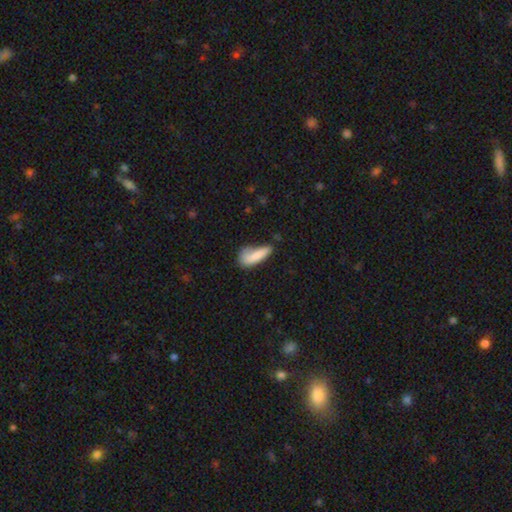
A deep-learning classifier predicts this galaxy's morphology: smooth-or-featured: smooth: 82% | featured or disk: 10% | star or artifact: 7%
  how-rounded: in between: 51% | cigar-shaped: 47% | round: 2%
  merging: none: 43% | minor disturbance: 34% | major disturbance: 16% | merger: 7%